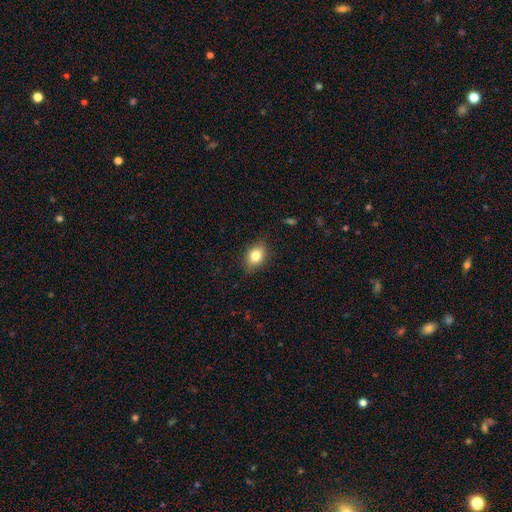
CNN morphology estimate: Smooth or featured: smooth — 79% (featured or disk — 12%)
How rounded: in between — 72% (round — 25%)
Merging: none — 80% (minor disturbance — 16%)